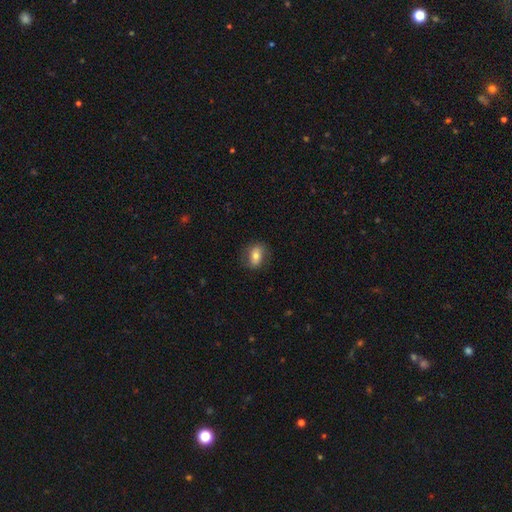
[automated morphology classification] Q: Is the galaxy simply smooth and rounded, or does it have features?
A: smooth — 67%.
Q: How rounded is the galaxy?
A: in between — 75%.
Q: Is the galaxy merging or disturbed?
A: none — 78%.